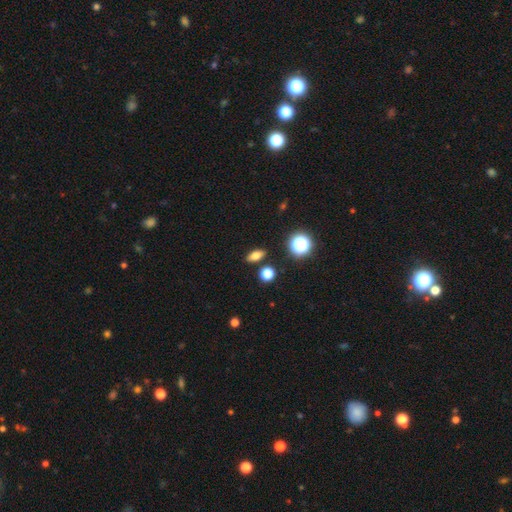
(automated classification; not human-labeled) This appears to be a smooth galaxy with no disk features (68%) that is in between round and cigar-shaped (68%). Merging: none (87%).